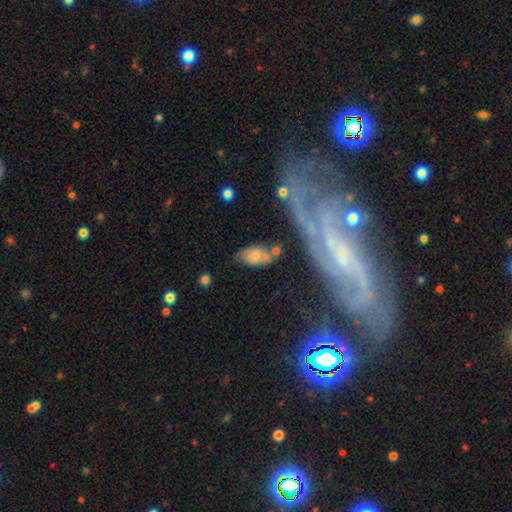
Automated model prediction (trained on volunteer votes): Smooth or featured?
  - smooth: 65% *
  - featured or disk: 27%
  - star or artifact: 9%
How rounded?
  - in between: 91% *
  - round: 6%
  - cigar-shaped: 3%
Merging?
  - none: 57% *
  - minor disturbance: 23%
  - merger: 12%
  - major disturbance: 8%